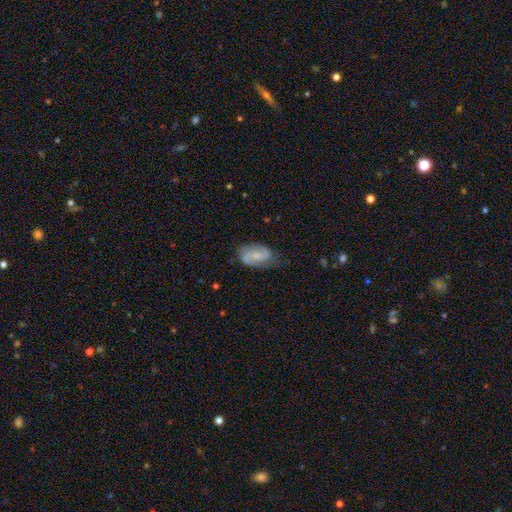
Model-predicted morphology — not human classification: featured or disk 70%, smooth 24%, star or artifact 6%. Down the decision tree: edge-on disk — no (97%); bar — weak (47%); spiral arms — yes (93%); spiral arm count — 2 (84%); spiral winding — medium (47%); bulge size — small (51%); merging — none (67%).